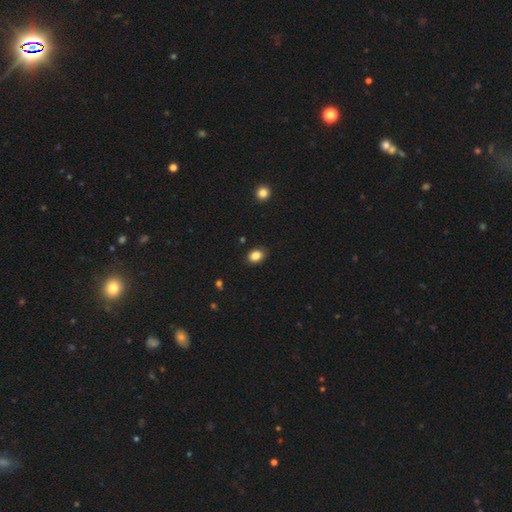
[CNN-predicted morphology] This appears to be a smooth galaxy with no disk features (85%) that is in between round and cigar-shaped (64%). Merging: none (87%).